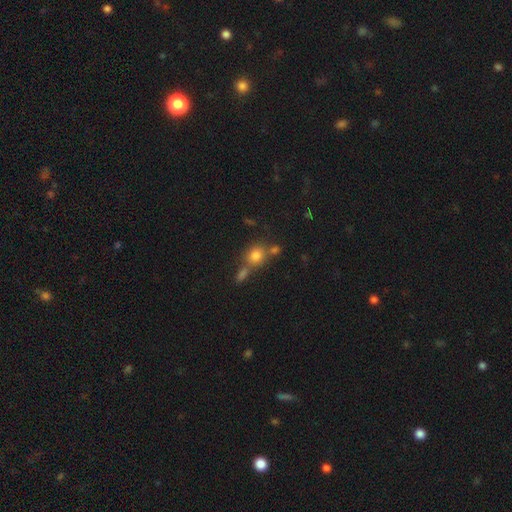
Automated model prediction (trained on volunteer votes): Smooth or featured? Predicted: smooth (p=0.77). How rounded? Predicted: round (p=0.75). Merging? Predicted: none (p=0.54).